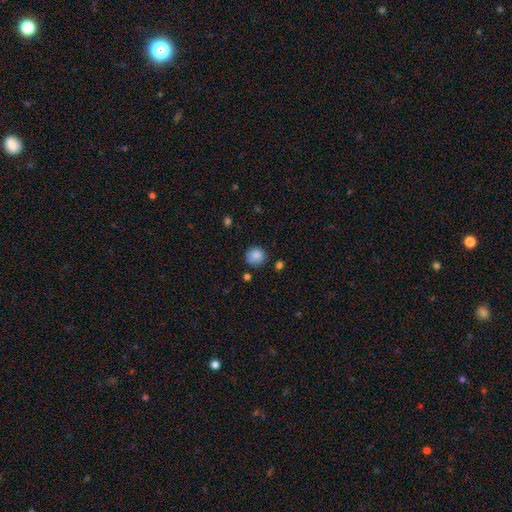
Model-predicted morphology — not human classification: type=smooth (86%); roundness=round (90%); merging=none (80%).